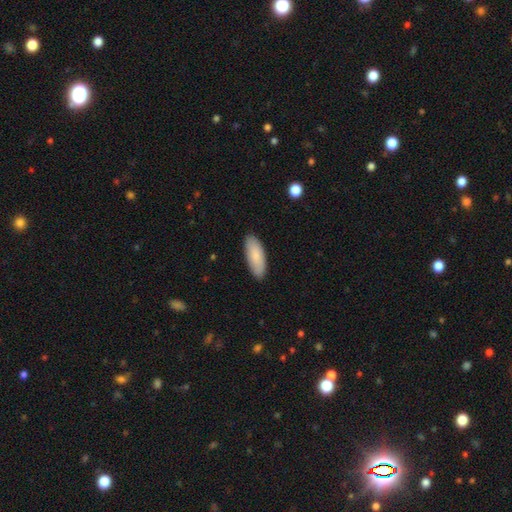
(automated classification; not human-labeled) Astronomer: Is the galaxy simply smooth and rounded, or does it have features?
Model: smooth — 87%.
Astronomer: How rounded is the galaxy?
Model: in between — 77%.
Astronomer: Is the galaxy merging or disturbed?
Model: none — 89%.